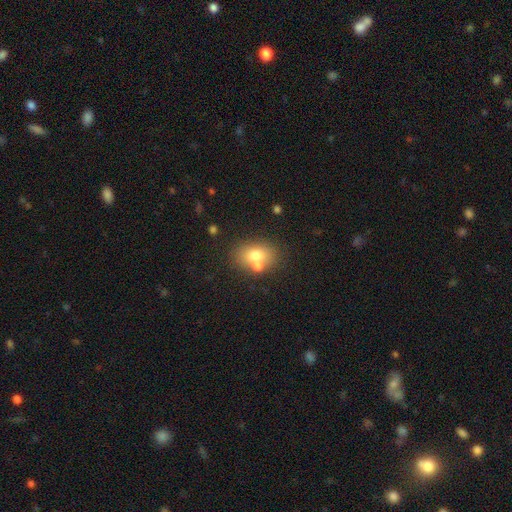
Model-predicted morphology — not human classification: A smooth galaxy with no disk features (71%) that is in between round and cigar-shaped (68%).

Vote fractions:
- Smooth or featured? smooth: 71% / featured or disk: 19% / star or artifact: 11%
- How rounded? in between: 68% / round: 31% / cigar-shaped: 1%
- Merging? none: 58% / merger: 26% / minor disturbance: 12% / major disturbance: 4%